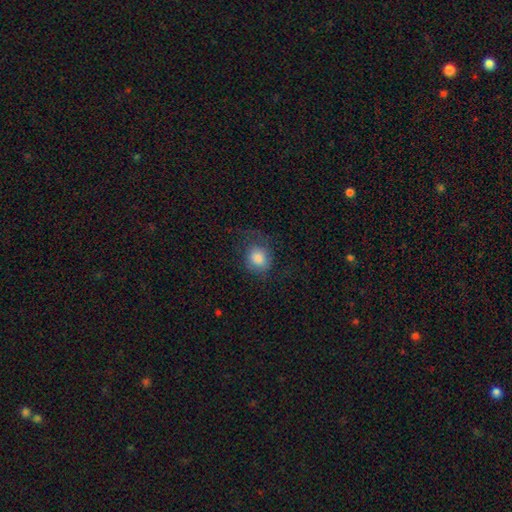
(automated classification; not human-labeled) A smooth galaxy with no disk features (72%) that is round (75%). Merging: none (59%).